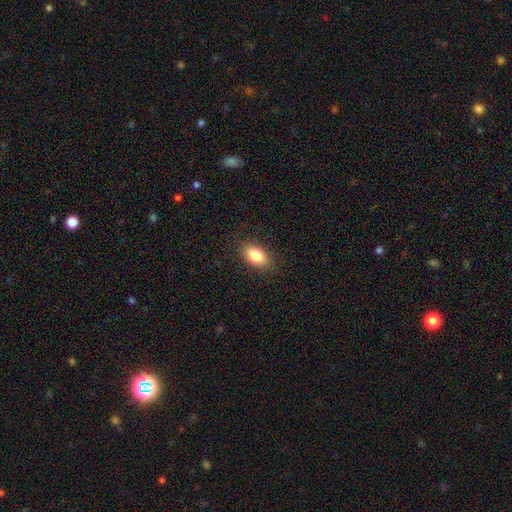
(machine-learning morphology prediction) Q: Smooth or featured?
A: smooth (83%); runner-up: featured or disk (9%)
Q: How rounded?
A: in between (90%); runner-up: round (7%)
Q: Merging?
A: none (87%); runner-up: minor disturbance (10%)